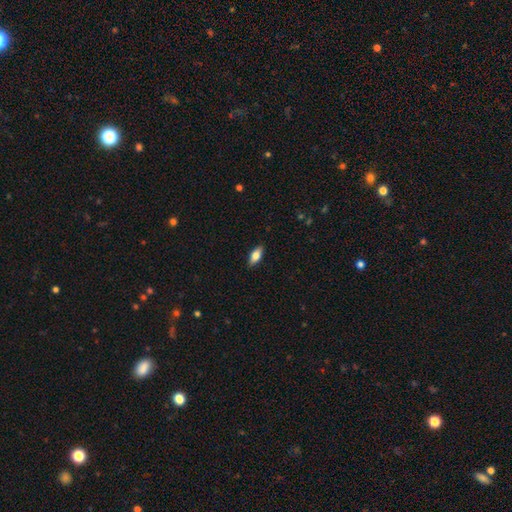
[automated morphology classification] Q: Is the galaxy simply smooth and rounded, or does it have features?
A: smooth — 71%.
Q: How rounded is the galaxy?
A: in between — 81%.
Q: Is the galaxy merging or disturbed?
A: none — 88%.